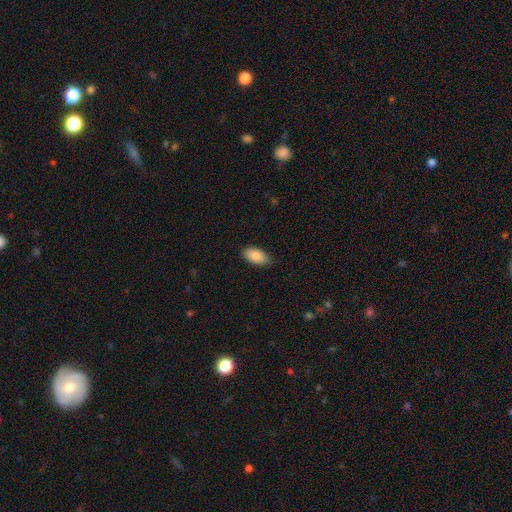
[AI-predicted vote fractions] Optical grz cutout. It shows a smooth galaxy with no disk features (87%) that is in between round and cigar-shaped (94%). Merging: none (85%).